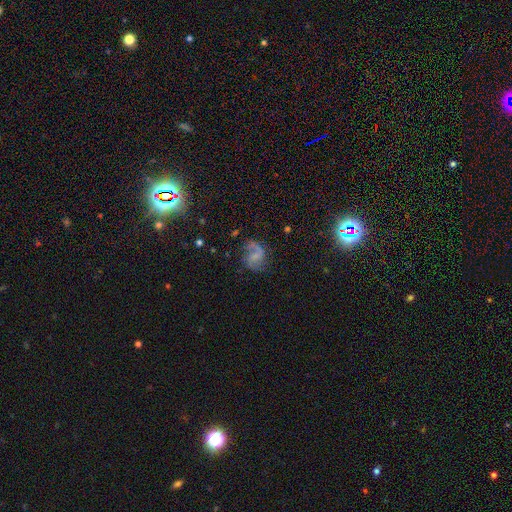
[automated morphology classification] This is likely a featured or disk galaxy (71%). It is clearly not viewed edge-on (98%). Bar: possibly weak (46%). Spiral arm pattern: clearly yes (92%). Spiral arm count: likely 2 (74%). Spiral winding: marginally loose (45%). Central bulge: possibly none (51%). Merging: possibly none (59%).